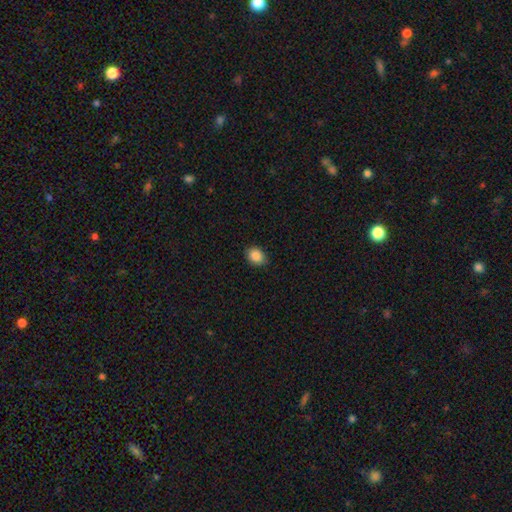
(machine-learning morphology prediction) Smooth or featured: smooth — 87% (star or artifact — 9%)
How rounded: in between — 56% (round — 43%)
Merging: none — 86% (minor disturbance — 11%)